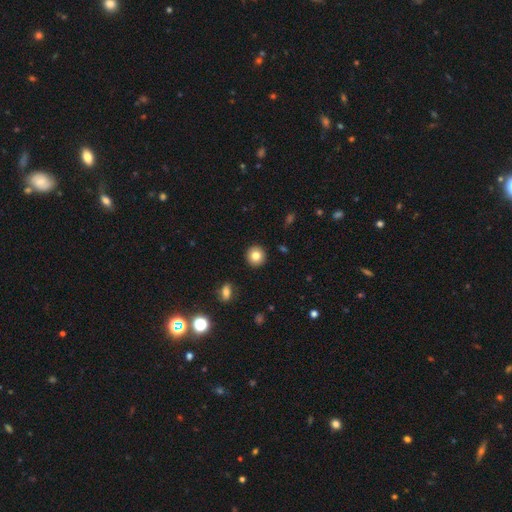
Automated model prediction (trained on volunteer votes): A smooth galaxy with no disk features (82%) that is round (92%). Merging: none (92%).